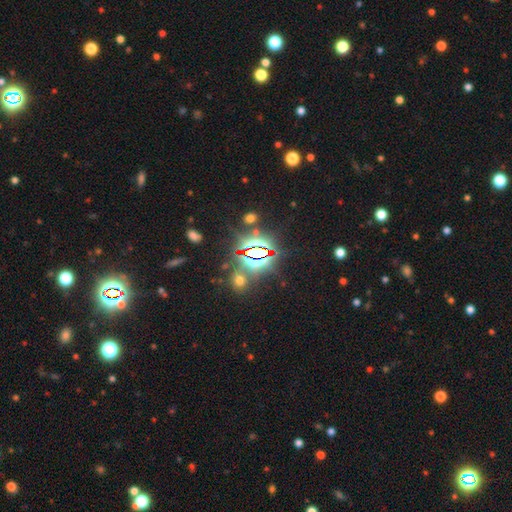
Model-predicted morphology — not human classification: The model was most divided on "smooth or featured": star or artifact: 77%, smooth: 14%, featured or disk: 8%.